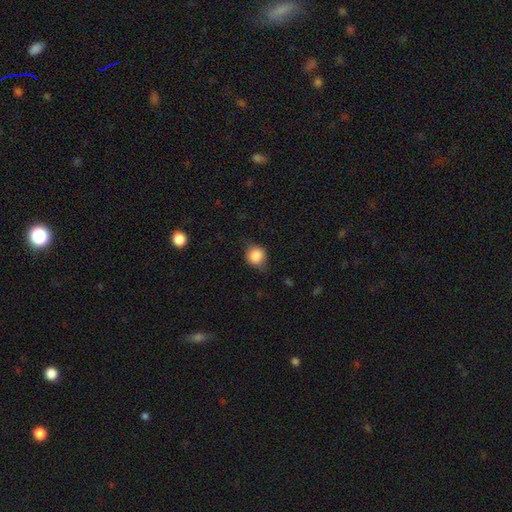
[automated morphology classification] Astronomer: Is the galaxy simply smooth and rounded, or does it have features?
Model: smooth — 84%.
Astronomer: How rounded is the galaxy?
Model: round — 83%.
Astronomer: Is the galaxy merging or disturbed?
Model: none — 68%.